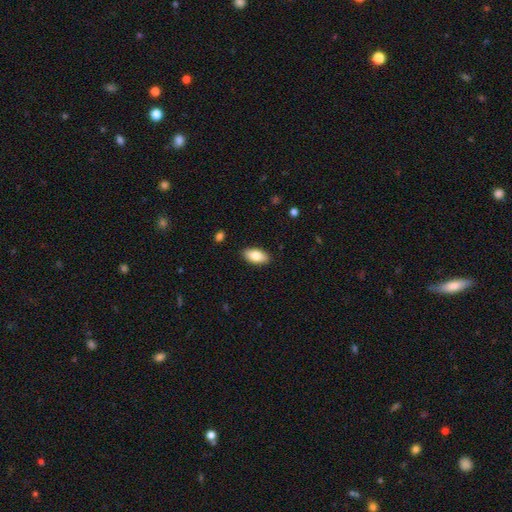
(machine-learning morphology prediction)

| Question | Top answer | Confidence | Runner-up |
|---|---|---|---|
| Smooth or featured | smooth | 81% | featured or disk (13%) |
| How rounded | in between | 92% | cigar-shaped (6%) |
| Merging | none | 89% | minor disturbance (8%) |